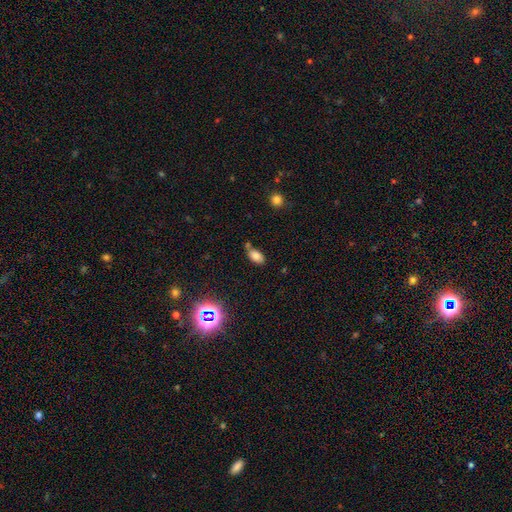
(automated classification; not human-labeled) smooth-or-featured: smooth: 78% | star or artifact: 14% | featured or disk: 9%
  how-rounded: in between: 91% | round: 6% | cigar-shaped: 3%
  merging: none: 55% | minor disturbance: 21% | merger: 18% | major disturbance: 6%